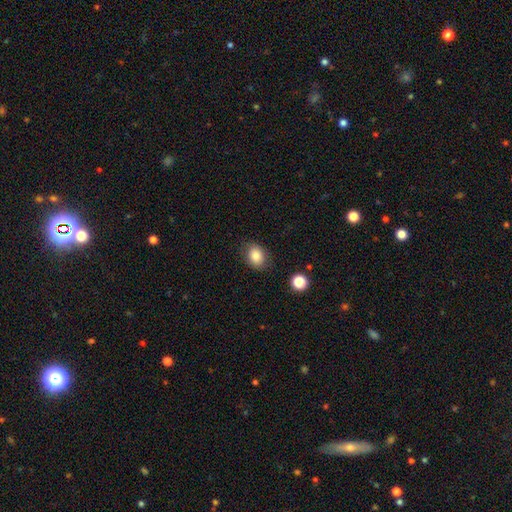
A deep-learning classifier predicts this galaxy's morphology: smooth_or_featured: smooth (p=0.85) [alt: star or artifact p=0.09]
how_rounded: in between (p=0.60) [alt: round p=0.39]
merging: none (p=0.82) [alt: minor disturbance p=0.13]